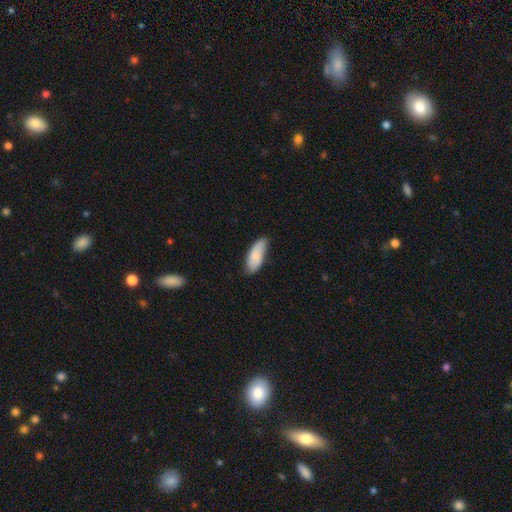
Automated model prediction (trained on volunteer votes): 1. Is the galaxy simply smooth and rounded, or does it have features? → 81% smooth, 13% featured or disk, 6% star or artifact.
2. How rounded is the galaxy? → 80% in between, 18% cigar-shaped, 2% round.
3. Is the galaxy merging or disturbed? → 65% none, 29% minor disturbance, 4% major disturbance, 2% merger.